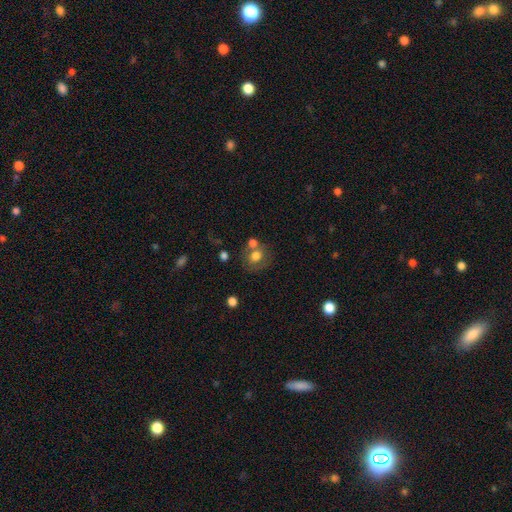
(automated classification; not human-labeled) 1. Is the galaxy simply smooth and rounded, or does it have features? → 70% smooth, 20% featured or disk, 11% star or artifact.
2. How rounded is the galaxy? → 74% round, 26% in between, 1% cigar-shaped.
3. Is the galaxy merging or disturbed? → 53% none, 26% merger, 14% minor disturbance, 7% major disturbance.